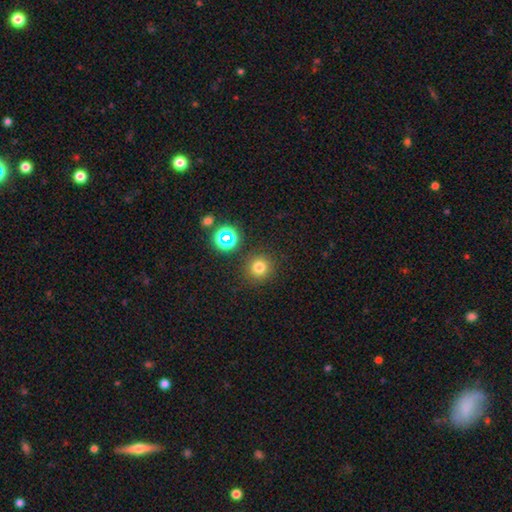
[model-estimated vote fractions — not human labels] Overall: smooth (64%; star or artifact 31%). How rounded: round (94%). Merging: none (87%).